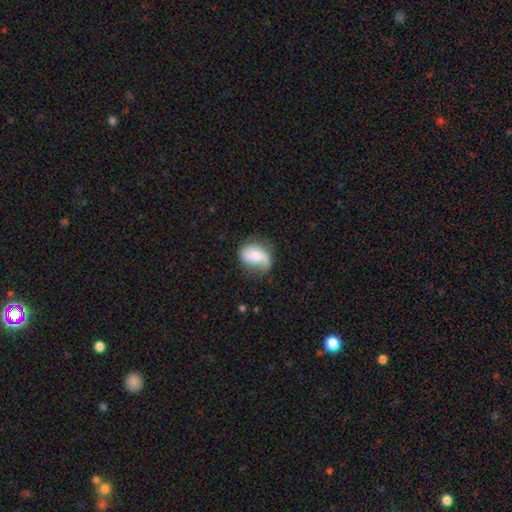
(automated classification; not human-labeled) Smooth or featured? Predicted: smooth (p=0.48). Merging? Predicted: none (p=0.55).